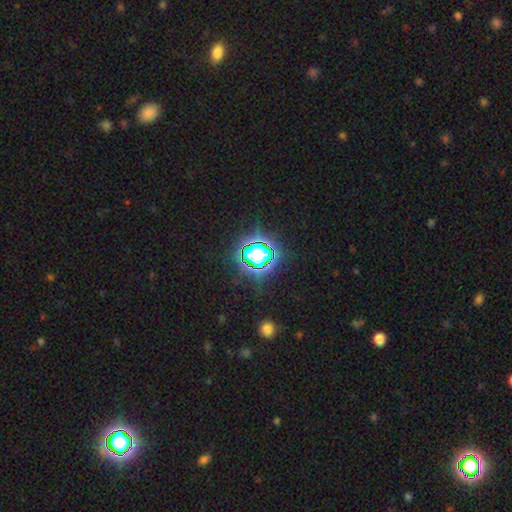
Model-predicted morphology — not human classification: The model was most divided on "smooth or featured": star or artifact: 71%, smooth: 21%, featured or disk: 9%.